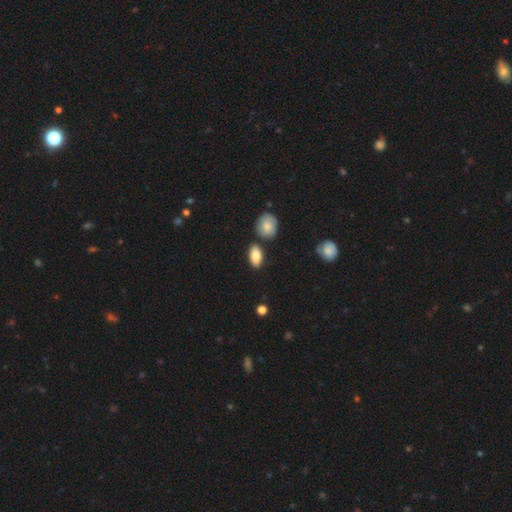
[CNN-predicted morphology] type=smooth (86%); roundness=in between (91%); merging=none (79%).